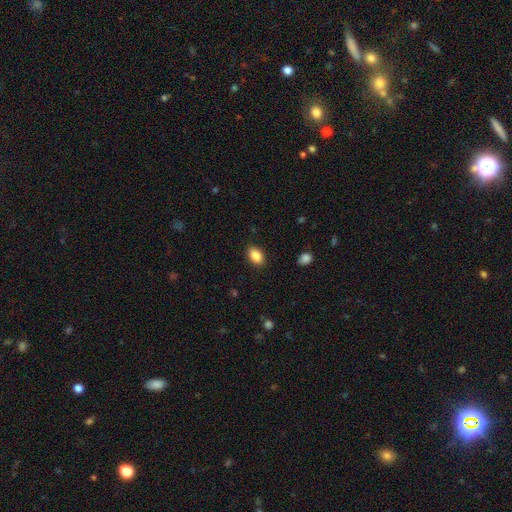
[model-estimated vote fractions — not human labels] Overall: smooth (88%). How rounded: in between (88%). Merging: none (88%).